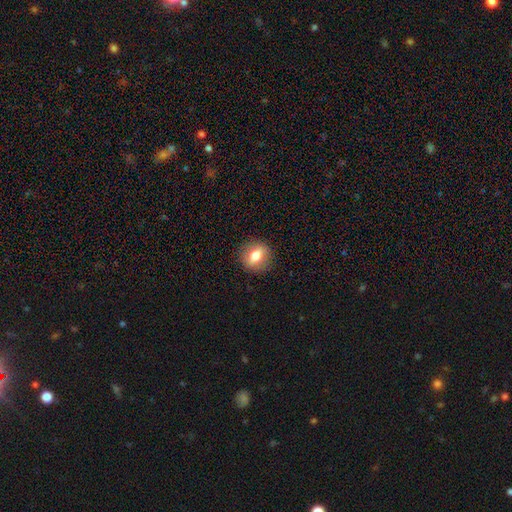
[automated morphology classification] smooth_or_featured: smooth (p=0.67) [alt: featured or disk p=0.24]
how_rounded: round (p=0.67) [alt: in between p=0.30]
merging: none (p=0.88) [alt: minor disturbance p=0.09]